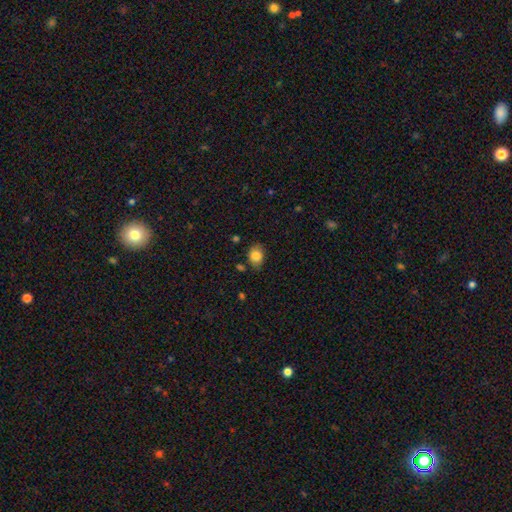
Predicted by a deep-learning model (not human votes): This appears to be a smooth galaxy with no disk features (84%) that is in between round and cigar-shaped (62%). Merging: none (75%).